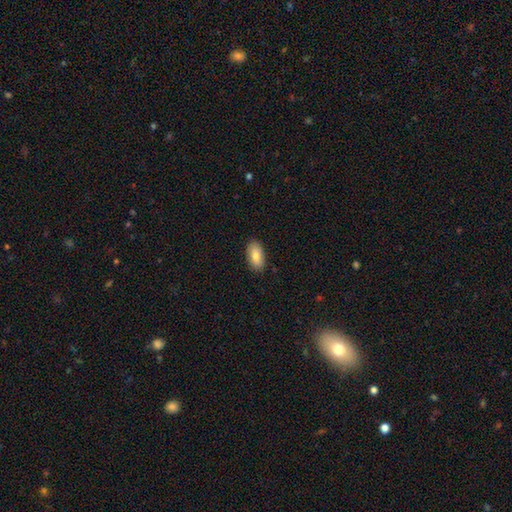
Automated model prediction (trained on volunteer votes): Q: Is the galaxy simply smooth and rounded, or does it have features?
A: smooth — 82%.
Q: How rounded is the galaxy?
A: in between — 93%.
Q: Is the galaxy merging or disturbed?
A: none — 87%.